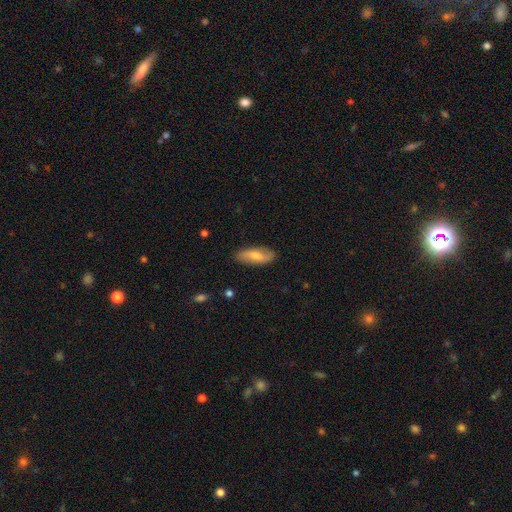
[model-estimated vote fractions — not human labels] Smooth or featured?
  - smooth: 58% *
  - featured or disk: 36%
  - star or artifact: 6%
How rounded?
  - in between: 75% *
  - cigar-shaped: 22%
  - round: 3%
Merging?
  - none: 83% *
  - minor disturbance: 13%
  - major disturbance: 3%
  - merger: 1%